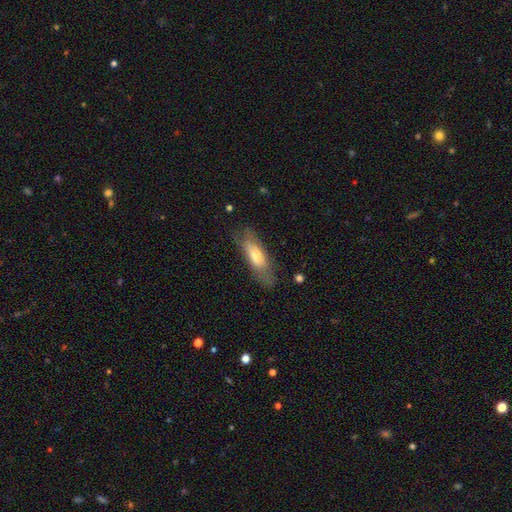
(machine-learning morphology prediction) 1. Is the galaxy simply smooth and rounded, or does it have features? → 59% smooth, 34% featured or disk, 7% star or artifact.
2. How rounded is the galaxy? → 53% in between, 45% cigar-shaped, 2% round.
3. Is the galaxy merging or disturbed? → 70% none, 21% minor disturbance, 8% major disturbance, 2% merger.